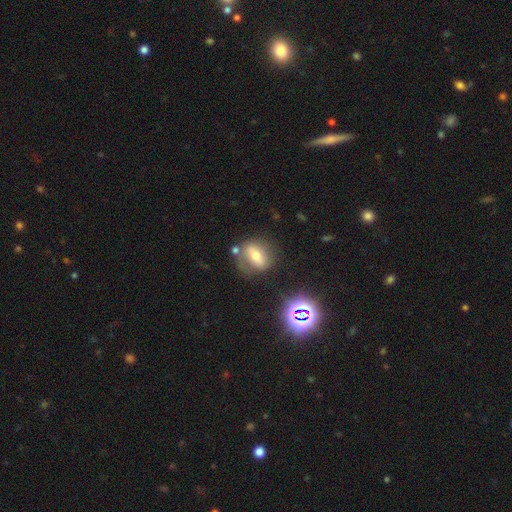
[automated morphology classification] The model was most divided on "smooth or featured": smooth: 47%, featured or disk: 38%, star or artifact: 14%. More confident: merging — none (63%).